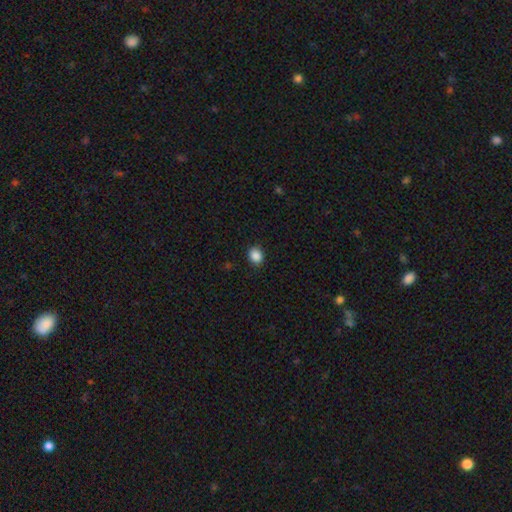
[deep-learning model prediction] smooth-or-featured: smooth: 88% | star or artifact: 10% | featured or disk: 3%
  how-rounded: round: 66% | in between: 33% | cigar-shaped: 1%
  merging: none: 89% | minor disturbance: 8% | major disturbance: 2% | merger: 1%